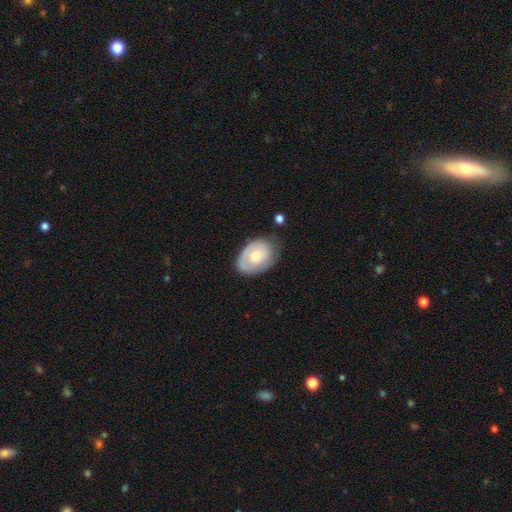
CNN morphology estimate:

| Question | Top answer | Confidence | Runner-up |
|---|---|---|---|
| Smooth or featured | smooth | 51% | featured or disk (44%) |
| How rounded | in between | 80% | round (19%) |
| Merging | none | 64% | minor disturbance (26%) |